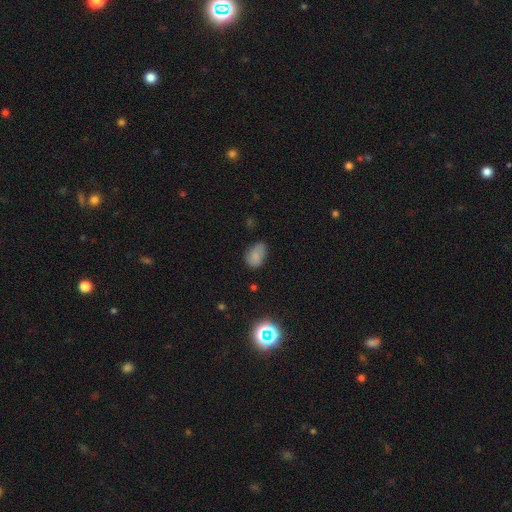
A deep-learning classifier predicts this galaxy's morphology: The model was most divided on "merging": none: 59%, minor disturbance: 31%, major disturbance: 7%, merger: 2%. More confident: how rounded — in between (85%); smooth or featured — smooth (78%).